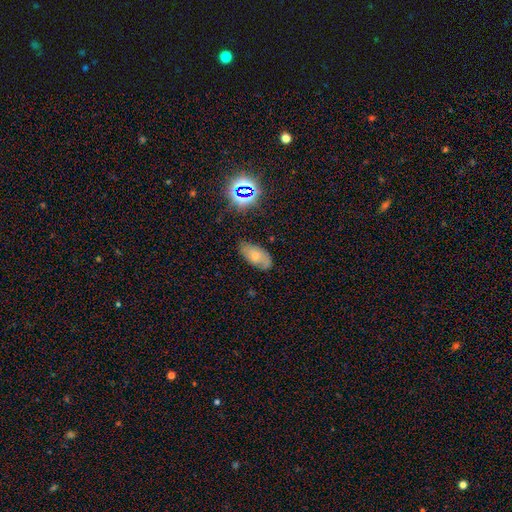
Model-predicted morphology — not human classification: This is possibly a smooth galaxy (53%). How rounded: clearly in between (92%). Merging: likely none (70%).